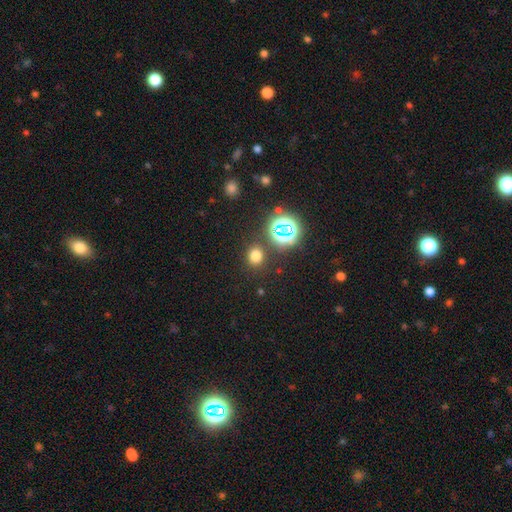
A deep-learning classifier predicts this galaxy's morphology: Smooth or featured? smooth (70%)
How rounded? round (75%)
Merging? none (85%)